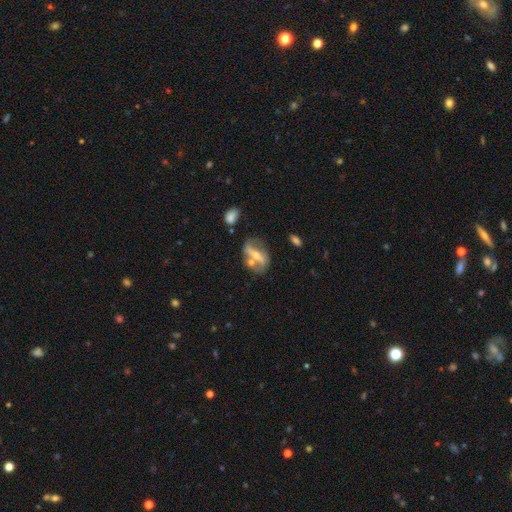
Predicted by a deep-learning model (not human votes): This appears to be a featured or disk galaxy (72%) with a strong bar (63%), spiral arms (58%) and a moderate central bulge (51%). Merging: none (59%).